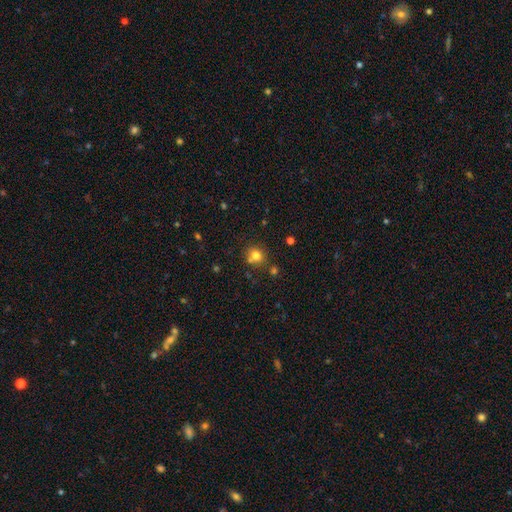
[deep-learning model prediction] Morphology: type=smooth (76%); roundness=round (81%); merging=none (69%).